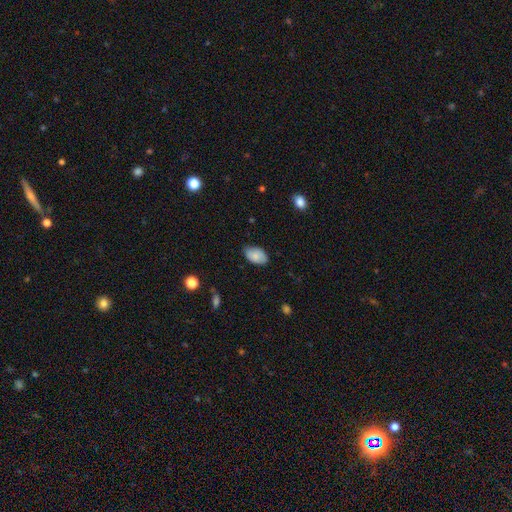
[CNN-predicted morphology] Overall: smooth (82%). How rounded: in between (92%). Merging: none (79%).